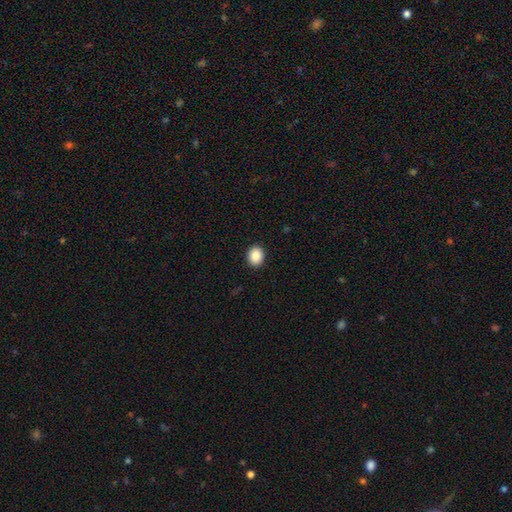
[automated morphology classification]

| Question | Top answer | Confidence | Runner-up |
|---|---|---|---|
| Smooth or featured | smooth | 89% | star or artifact (8%) |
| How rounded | round | 56% | in between (43%) |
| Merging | none | 91% | minor disturbance (6%) |